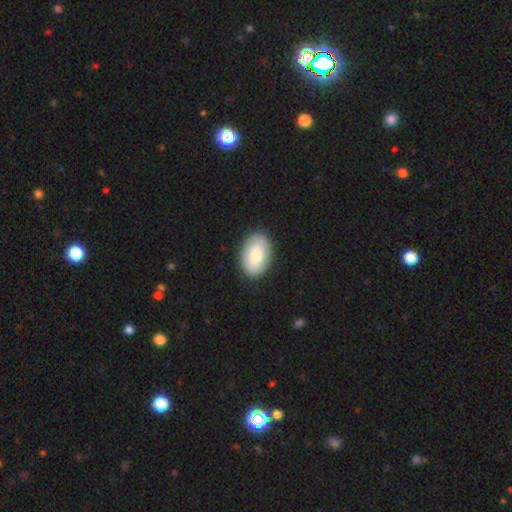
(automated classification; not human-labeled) Smooth or featured? Predicted: smooth (p=0.76). How rounded? Predicted: in between (p=0.88). Merging? Predicted: none (p=0.88).